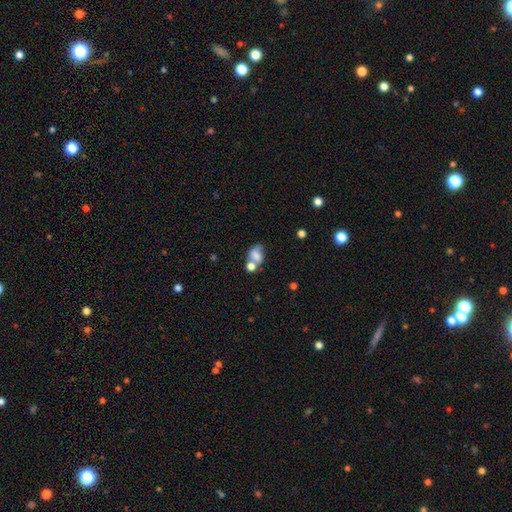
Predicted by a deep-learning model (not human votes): smooth 64%, featured or disk 24%, star or artifact 12%. Down the decision tree: how rounded — in between (70%); merging — merger (44%).